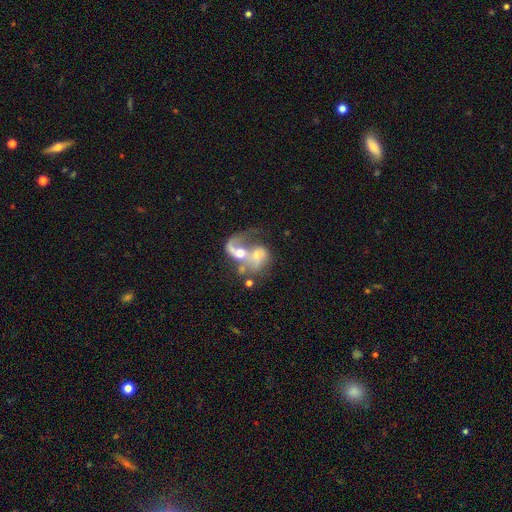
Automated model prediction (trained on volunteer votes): smooth_or_featured: featured or disk (p=0.45) [alt: smooth p=0.33]
merging: merger (p=0.58) [alt: none p=0.25]